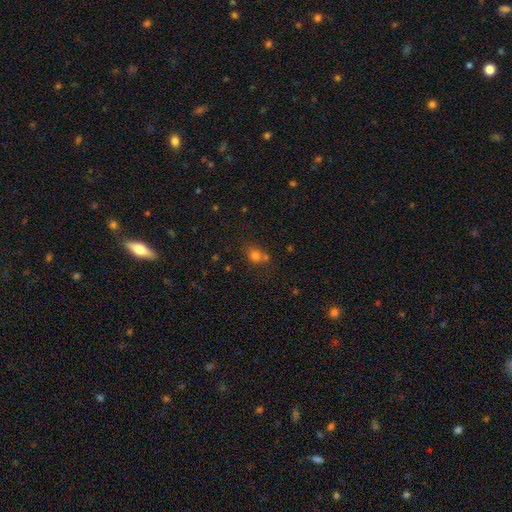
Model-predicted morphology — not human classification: Smooth or featured? smooth (75%)
How rounded? round (71%)
Merging? none (55%)